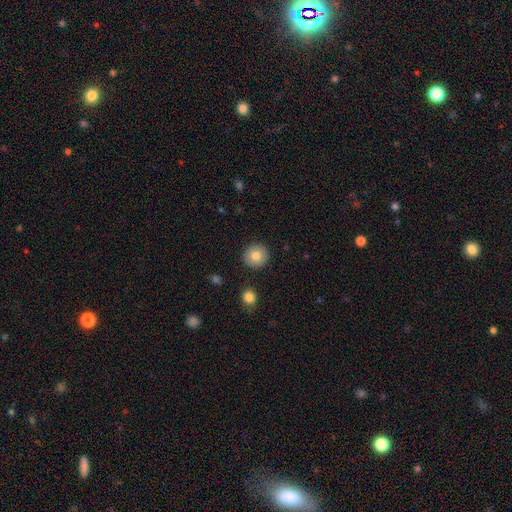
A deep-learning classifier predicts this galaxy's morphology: A smooth galaxy with no disk features (81%) that is round (94%).

Vote fractions:
- Smooth or featured? smooth: 81% / featured or disk: 11% / star or artifact: 8%
- How rounded? round: 94% / in between: 5% / cigar-shaped: 1%
- Merging? none: 91% / minor disturbance: 6% / major disturbance: 2% / merger: 2%